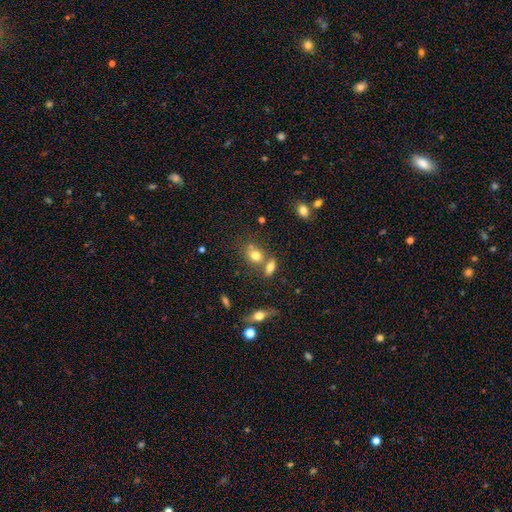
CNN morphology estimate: A smooth galaxy with no disk features (73%) that is round (53%).

Vote fractions:
- Smooth or featured? smooth: 73% / star or artifact: 14% / featured or disk: 14%
- How rounded? round: 53% / in between: 45% / cigar-shaped: 2%
- Merging? none: 47% / merger: 36% / minor disturbance: 12% / major disturbance: 5%